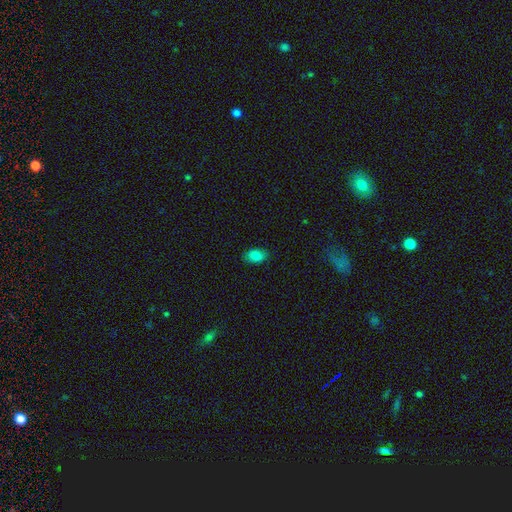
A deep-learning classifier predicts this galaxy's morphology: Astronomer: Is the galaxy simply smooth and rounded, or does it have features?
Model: smooth — 84%.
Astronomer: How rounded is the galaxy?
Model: in between — 90%.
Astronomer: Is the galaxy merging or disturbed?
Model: none — 86%.